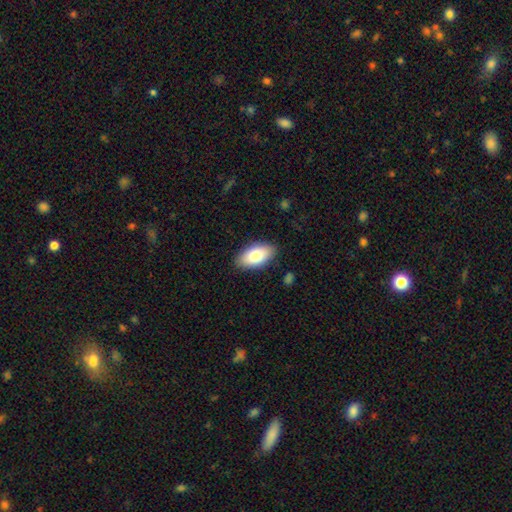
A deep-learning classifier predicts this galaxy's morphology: Smooth or featured: smooth — 79% (featured or disk — 15%)
How rounded: in between — 94% (round — 3%)
Merging: none — 87% (minor disturbance — 9%)